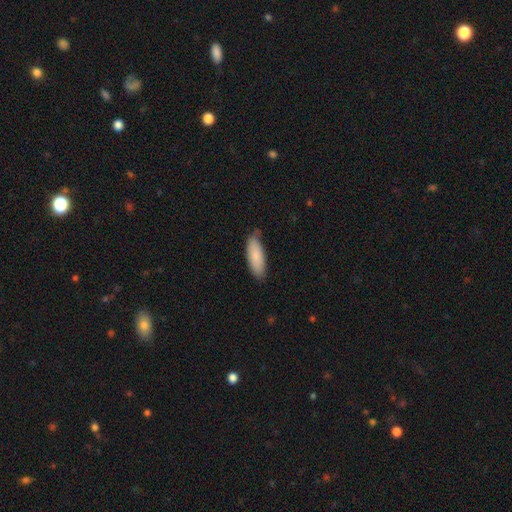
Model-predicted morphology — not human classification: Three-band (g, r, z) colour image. It shows a smooth galaxy with no disk features (86%) that is in between round and cigar-shaped (67%). Merging: none (73%).